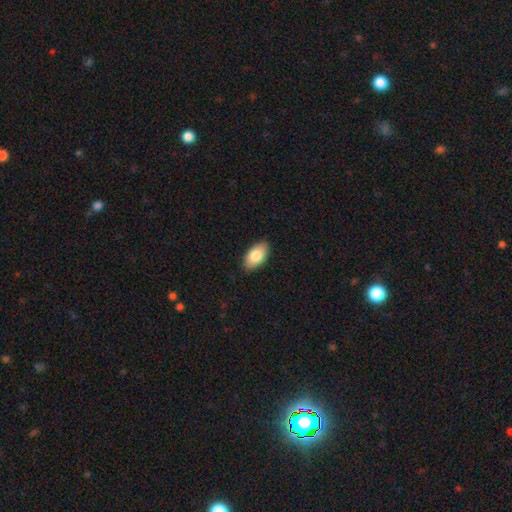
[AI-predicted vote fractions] Overall: smooth (83%). How rounded: in between (95%). Merging: none (89%).